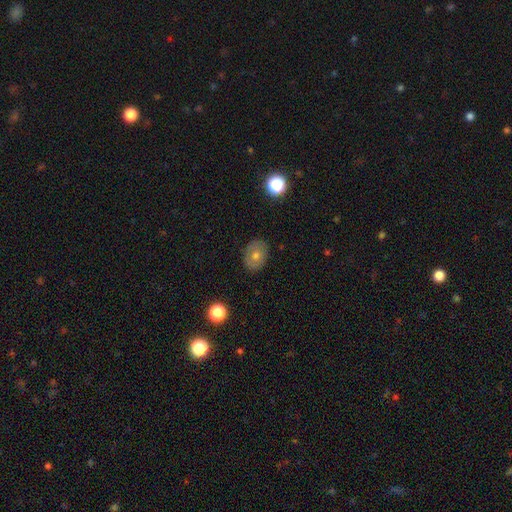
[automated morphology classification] A smooth galaxy with no disk features (60%) that is in between round and cigar-shaped (62%).

Vote fractions:
- Smooth or featured? smooth: 60% / featured or disk: 29% / star or artifact: 12%
- How rounded? in between: 62% / round: 37% / cigar-shaped: 1%
- Merging? none: 85% / minor disturbance: 11% / major disturbance: 3% / merger: 1%